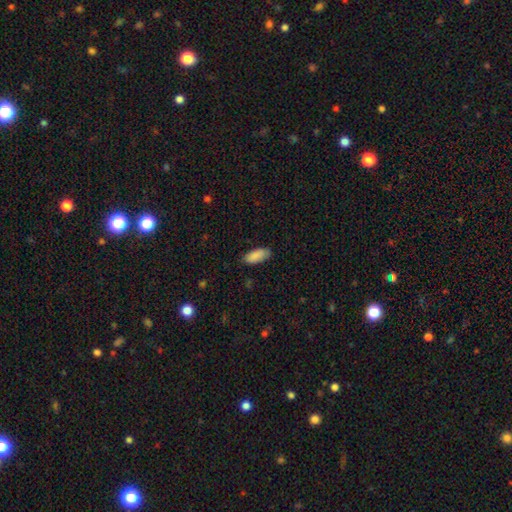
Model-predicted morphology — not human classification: Smooth or featured? Predicted: smooth (p=0.89). How rounded? Predicted: in between (p=0.83). Merging? Predicted: none (p=0.83).